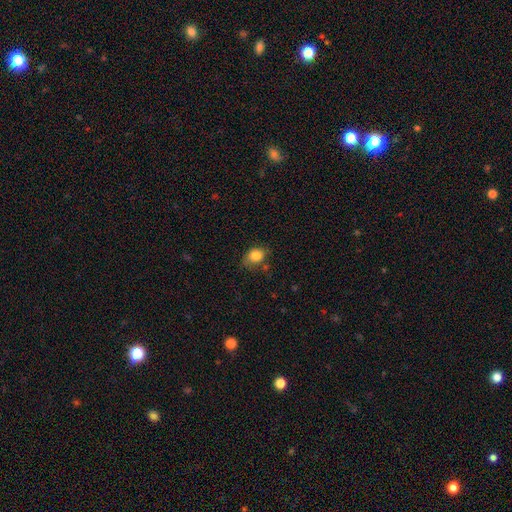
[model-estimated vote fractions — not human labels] This is clearly a smooth galaxy (82%). How rounded: possibly in between (55%). Merging: possibly none (56%).